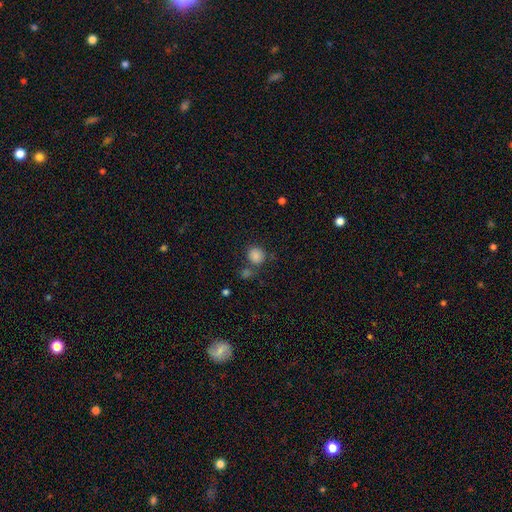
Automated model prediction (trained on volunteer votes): A smooth galaxy with no disk features (84%) that is round (84%).

Vote fractions:
- Smooth or featured? smooth: 84% / star or artifact: 11% / featured or disk: 5%
- How rounded? round: 84% / in between: 15% / cigar-shaped: 1%
- Merging? none: 71% / merger: 14% / minor disturbance: 11% / major disturbance: 4%